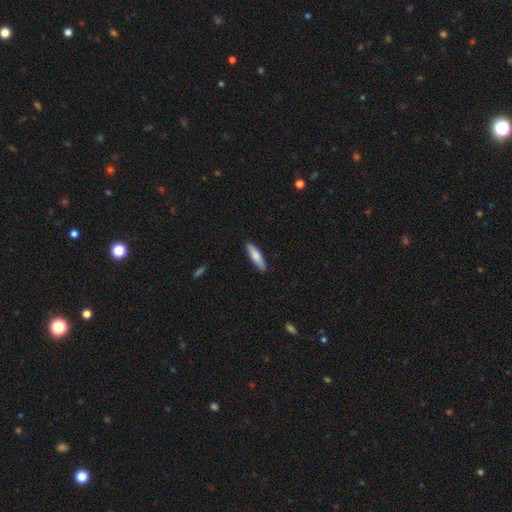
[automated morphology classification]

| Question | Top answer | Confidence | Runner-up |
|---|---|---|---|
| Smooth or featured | smooth | 77% | featured or disk (18%) |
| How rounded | cigar-shaped | 73% | in between (25%) |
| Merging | none | 88% | minor disturbance (9%) |